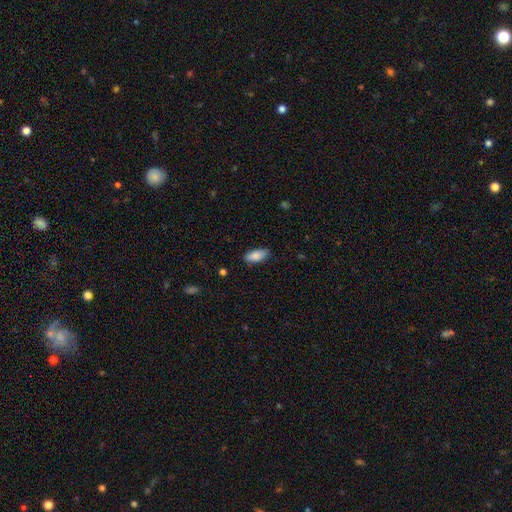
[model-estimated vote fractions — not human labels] Overall: smooth (87%). How rounded: in between (89%). Merging: none (84%).